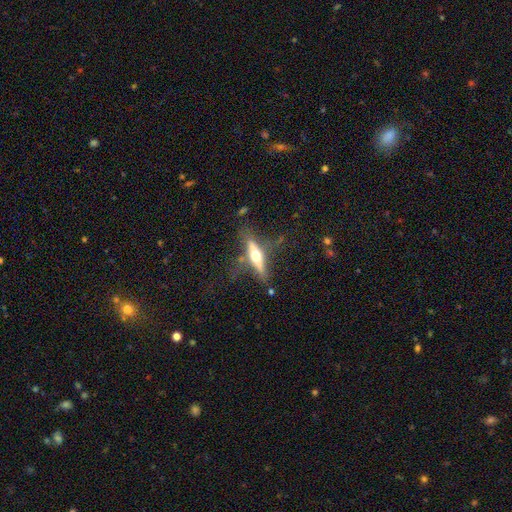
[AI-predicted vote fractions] Overall: featured or disk (61%; smooth 33%). Edge-on disk: yes (90%). Edge-on bulge: rounded (93%). Merging: none (65%).